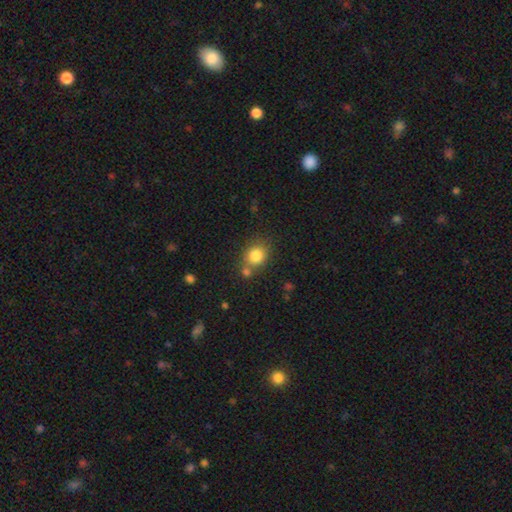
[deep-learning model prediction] Overall: smooth (82%). How rounded: round (71%). Merging: none (62%).